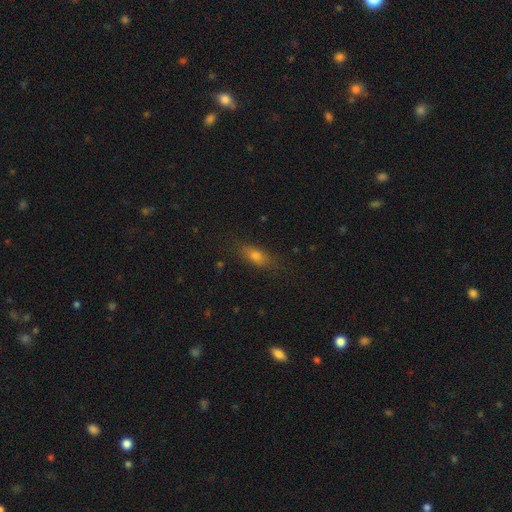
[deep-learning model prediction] Smooth or featured? smooth (67%)
How rounded? in between (62%)
Merging? none (82%)